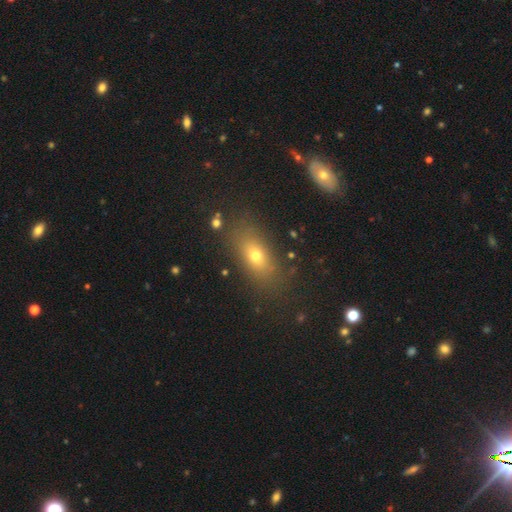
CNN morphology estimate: Smooth or featured: smooth — 67% (featured or disk — 17%)
How rounded: in between — 77% (round — 14%)
Merging: none — 80% (minor disturbance — 11%)